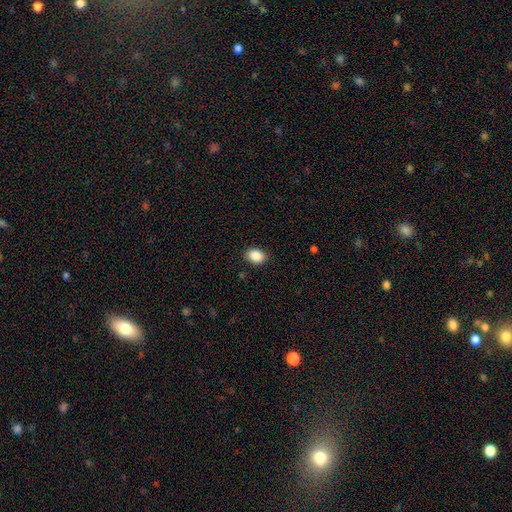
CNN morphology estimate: A smooth galaxy with no disk features (88%) that is in between round and cigar-shaped (73%).

Vote fractions:
- Smooth or featured? smooth: 88% / star or artifact: 8% / featured or disk: 4%
- How rounded? in between: 73% / round: 26% / cigar-shaped: 1%
- Merging? none: 87% / minor disturbance: 10% / major disturbance: 2% / merger: 1%